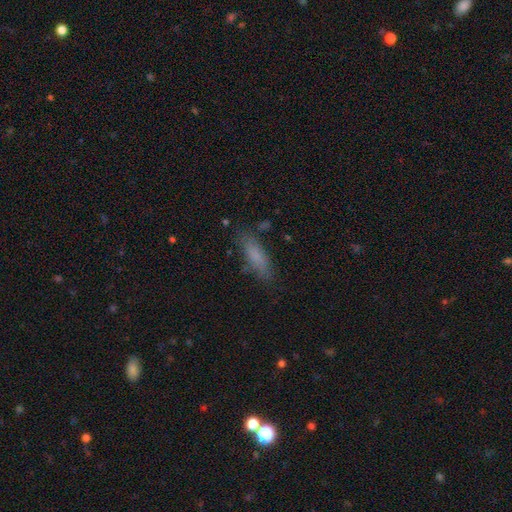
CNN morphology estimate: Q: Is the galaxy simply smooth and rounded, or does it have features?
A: smooth — 77%.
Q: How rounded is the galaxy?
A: cigar-shaped — 56%.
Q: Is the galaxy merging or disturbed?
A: none — 79%.